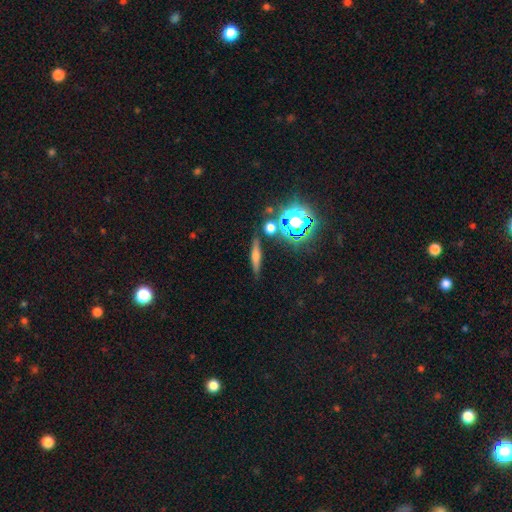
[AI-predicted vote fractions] A smooth galaxy with no disk features (42%).

Vote fractions:
- Smooth or featured? smooth: 42% / featured or disk: 39% / star or artifact: 19%
- Merging? none: 82% / minor disturbance: 10% / merger: 5% / major disturbance: 3%